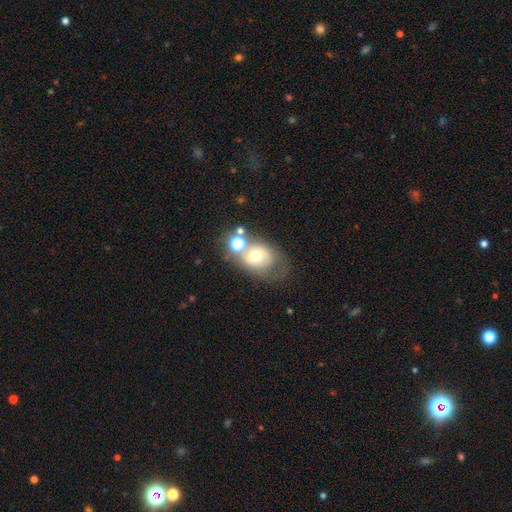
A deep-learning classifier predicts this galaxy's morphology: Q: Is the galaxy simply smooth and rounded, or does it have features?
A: smooth — 52%.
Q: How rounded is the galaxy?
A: in between — 57%.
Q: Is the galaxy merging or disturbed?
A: none — 42%.